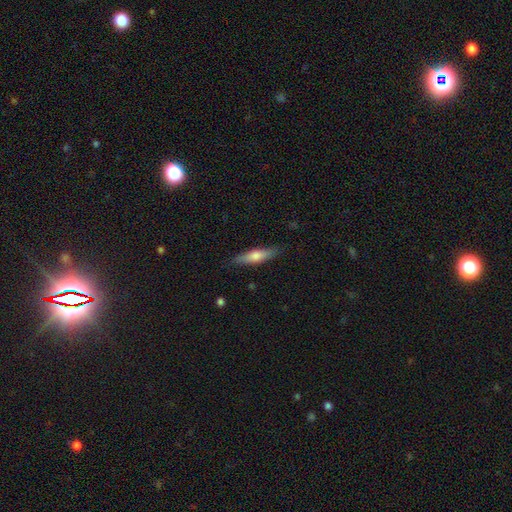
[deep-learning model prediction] Smooth or featured: smooth — 58% (featured or disk — 36%)
How rounded: cigar-shaped — 76% (in between — 22%)
Merging: none — 86% (minor disturbance — 11%)